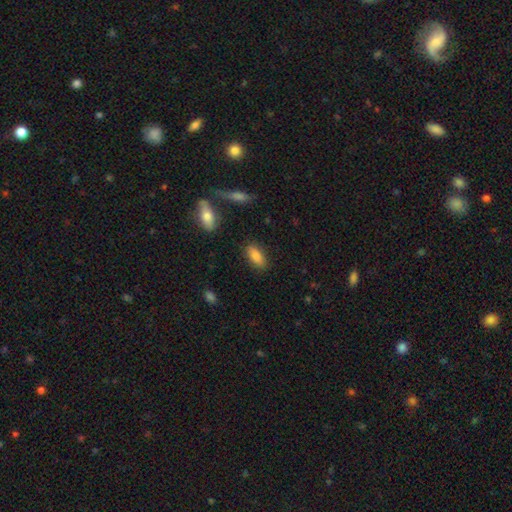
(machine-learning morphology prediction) Q: Smooth or featured?
A: smooth (84%); runner-up: featured or disk (9%)
Q: How rounded?
A: in between (84%); runner-up: cigar-shaped (13%)
Q: Merging?
A: none (85%); runner-up: minor disturbance (10%)